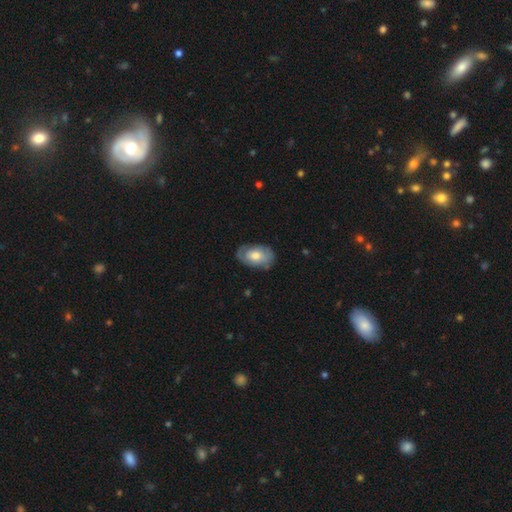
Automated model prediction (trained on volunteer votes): Overall: smooth (50%; featured or disk 44%). Merging: none (71%).